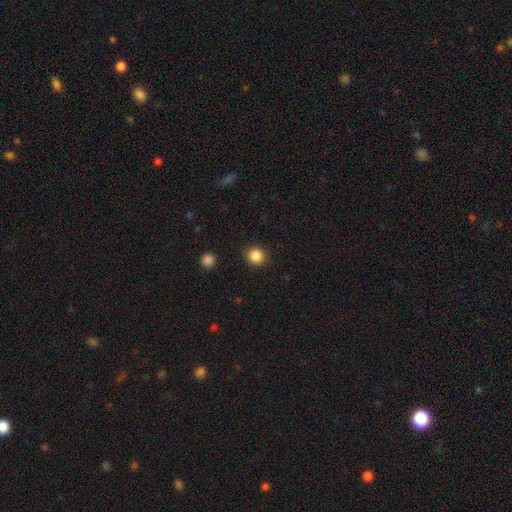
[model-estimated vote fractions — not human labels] This appears to be a smooth galaxy with no disk features (86%) that is round (91%). Merging: none (91%).